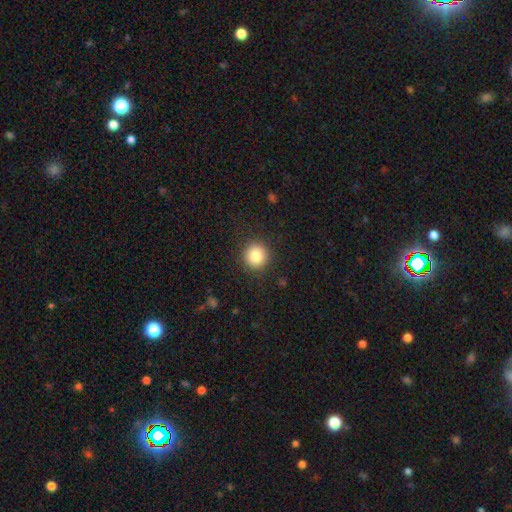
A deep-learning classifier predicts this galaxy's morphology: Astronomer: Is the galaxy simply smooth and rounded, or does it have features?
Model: smooth — 83%.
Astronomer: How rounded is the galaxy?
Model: round — 94%.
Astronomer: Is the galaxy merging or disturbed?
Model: none — 90%.